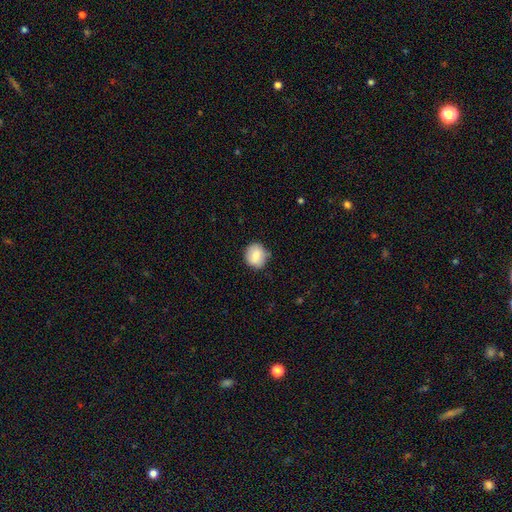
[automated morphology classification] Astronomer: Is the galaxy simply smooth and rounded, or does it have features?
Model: smooth — 80%.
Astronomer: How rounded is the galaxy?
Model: round — 83%.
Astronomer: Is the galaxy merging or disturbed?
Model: none — 80%.